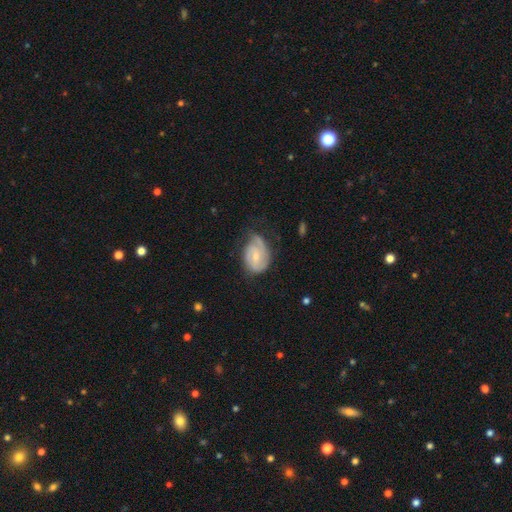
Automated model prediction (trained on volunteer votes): Morphology: type=featured or disk (71%); edge-on=no (97%); bar=no (51%); spiral arms=yes (92%); winding=tight (46%); arm count=2 (48%); bulge=small (58%); merging=none (47%).